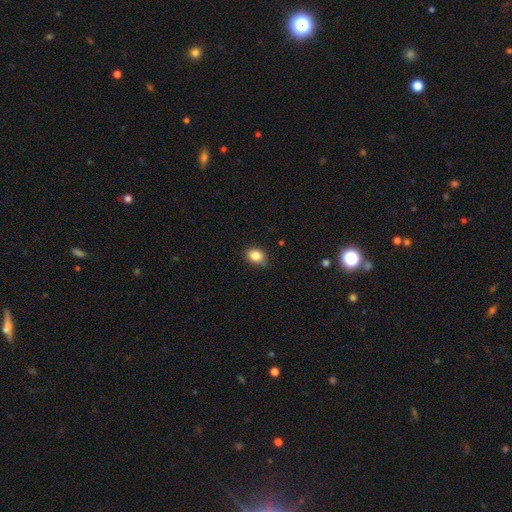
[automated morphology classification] This appears to be a smooth galaxy with no disk features (85%) that is in between round and cigar-shaped (57%). Merging: none (81%).